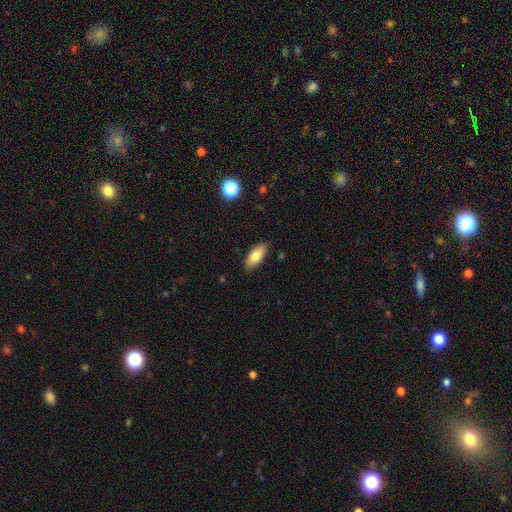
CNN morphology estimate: This appears to be a smooth galaxy with no disk features (80%) that is in between round and cigar-shaped (84%). Merging: none (85%).